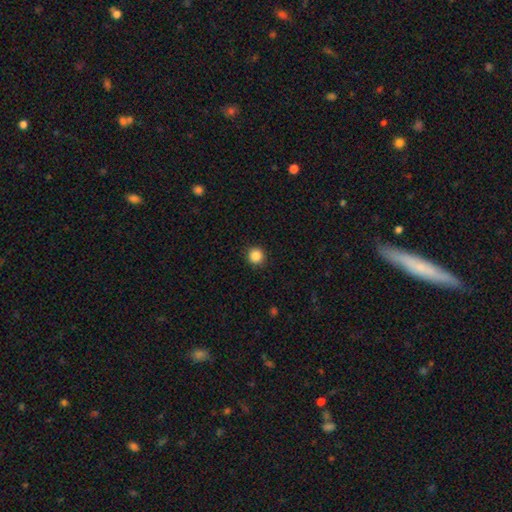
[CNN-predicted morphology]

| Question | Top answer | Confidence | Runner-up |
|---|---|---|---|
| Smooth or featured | smooth | 87% | star or artifact (10%) |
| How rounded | round | 95% | in between (4%) |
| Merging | none | 92% | minor disturbance (5%) |